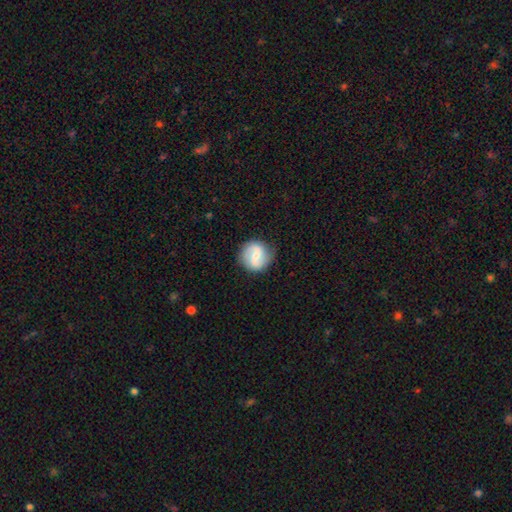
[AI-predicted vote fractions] Smooth or featured? featured or disk (61%)
Edge-on disk? no (98%)
Bar? weak (49%)
Spiral arms? yes (86%)
Spiral winding? medium (43%)
Spiral arm count? 2 (88%)
Bulge size? small (53%)
Merging? none (84%)